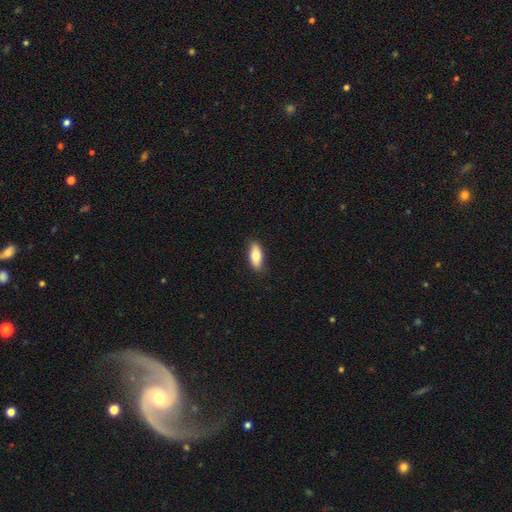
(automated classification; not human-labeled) Smooth or featured: smooth — 78% (featured or disk — 16%)
How rounded: in between — 79% (cigar-shaped — 18%)
Merging: none — 87% (minor disturbance — 11%)